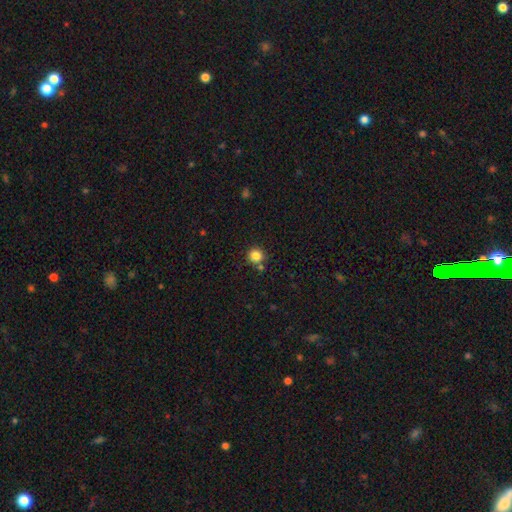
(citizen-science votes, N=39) Q: Smooth or featured?
A: smooth (85%); runner-up: featured or disk (8%)
Q: How rounded?
A: round (97%); runner-up: in between (3%)
Q: Merging?
A: none (69%); runner-up: minor disturbance (14%)